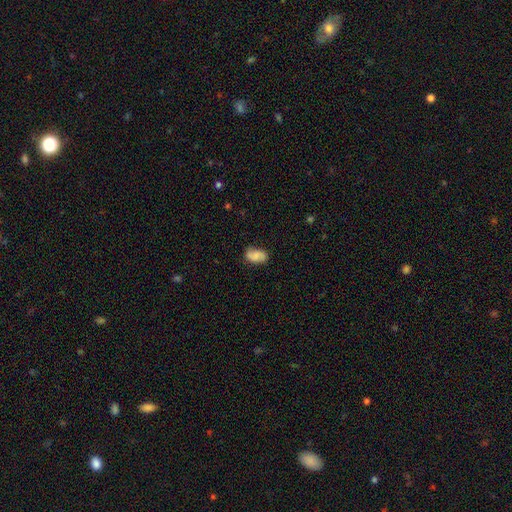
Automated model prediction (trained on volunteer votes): This appears to be a smooth galaxy with no disk features (73%) that is in between round and cigar-shaped (91%). Merging: none (73%).